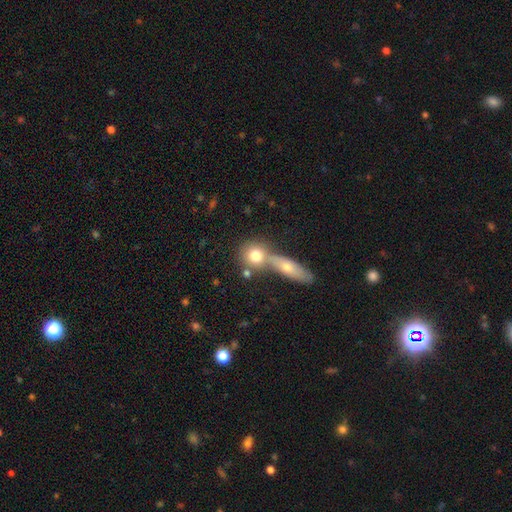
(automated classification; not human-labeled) smooth 74%, featured or disk 17%, star or artifact 9%. Down the decision tree: how rounded — round (75%); merging — none (48%).